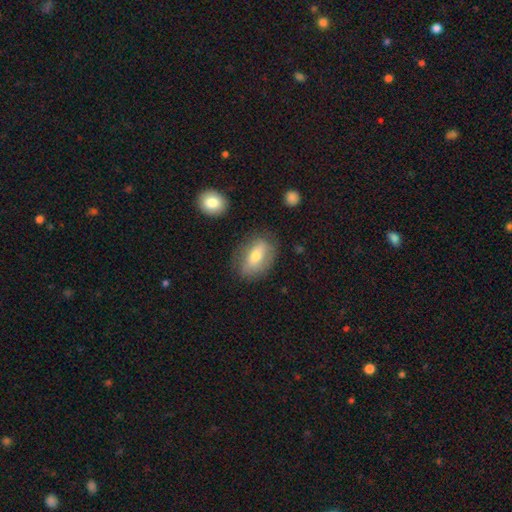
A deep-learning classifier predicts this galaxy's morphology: The model was most divided on "smooth or featured": smooth: 57%, featured or disk: 35%, star or artifact: 7%. More confident: how rounded — in between (85%); merging — none (72%).